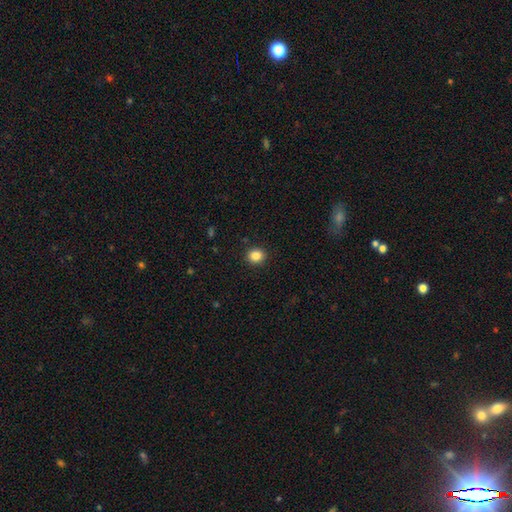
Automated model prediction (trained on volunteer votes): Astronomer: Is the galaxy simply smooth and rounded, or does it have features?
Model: smooth — 85%.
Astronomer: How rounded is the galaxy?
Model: round — 85%.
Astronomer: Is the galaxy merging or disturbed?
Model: none — 91%.